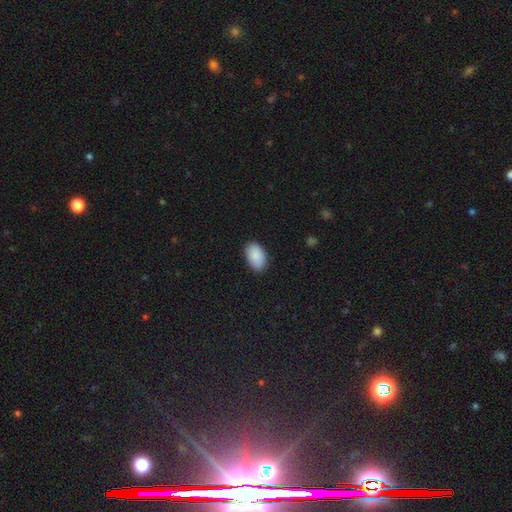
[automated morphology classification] Smooth or featured: smooth — 90% (star or artifact — 6%)
How rounded: in between — 93% (round — 6%)
Merging: none — 85% (minor disturbance — 12%)